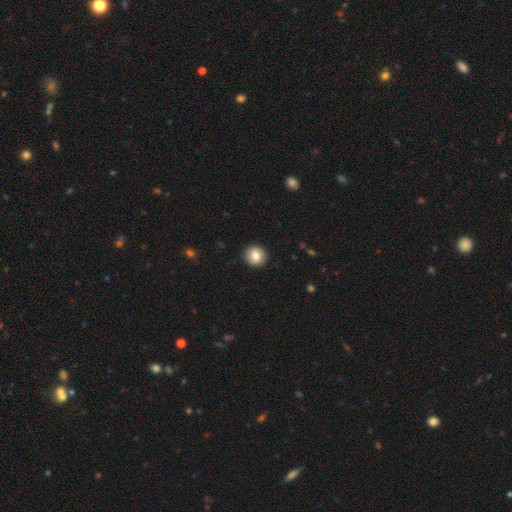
Smooth or featured? 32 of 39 (82%) said smooth. How rounded? 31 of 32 (97%) said round. Merging? 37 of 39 (95%) said none.